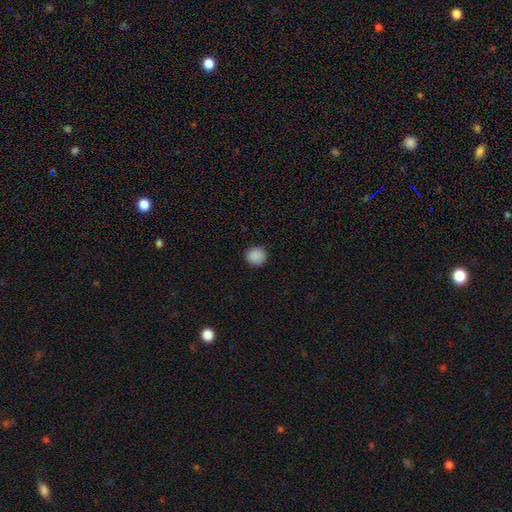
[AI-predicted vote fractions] Q: Smooth or featured?
A: smooth (89%); runner-up: star or artifact (9%)
Q: How rounded?
A: round (92%); runner-up: in between (7%)
Q: Merging?
A: none (91%); runner-up: minor disturbance (6%)